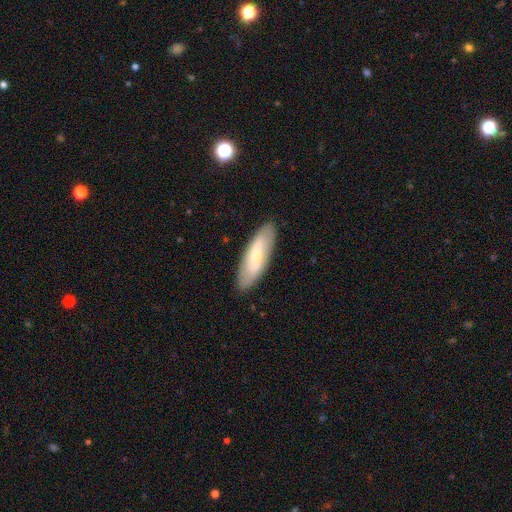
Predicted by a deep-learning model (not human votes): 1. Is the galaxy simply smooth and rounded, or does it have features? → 54% smooth, 40% featured or disk, 6% star or artifact.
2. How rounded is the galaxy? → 50% in between, 48% cigar-shaped, 2% round.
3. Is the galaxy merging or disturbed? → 87% none, 10% minor disturbance, 2% major disturbance, 1% merger.